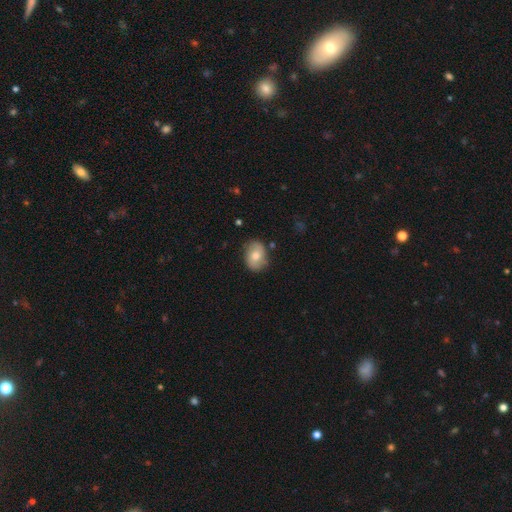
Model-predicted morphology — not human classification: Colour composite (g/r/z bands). It shows a smooth galaxy with no disk features (65%) that is in between round and cigar-shaped (66%). Merging: none (78%).